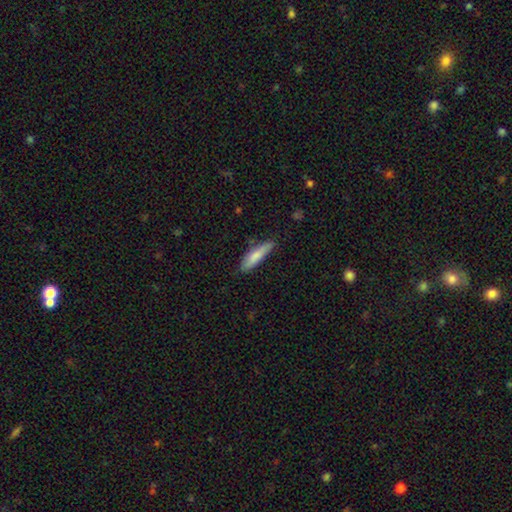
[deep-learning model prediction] This is likely a smooth galaxy (78%). How rounded: likely cigar-shaped (72%). Merging: likely none (74%).